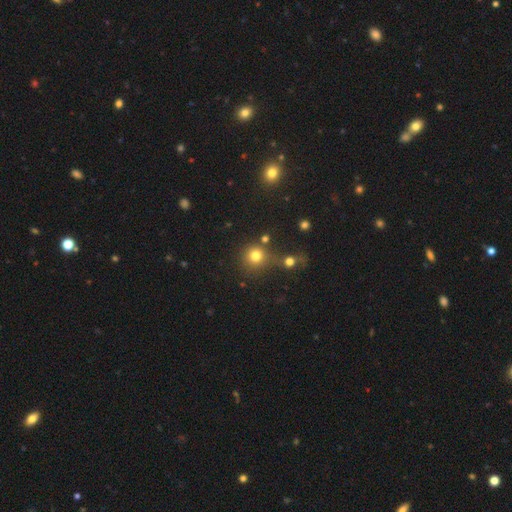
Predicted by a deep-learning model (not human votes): Q: Smooth or featured?
A: smooth (76%); runner-up: star or artifact (17%)
Q: How rounded?
A: round (91%); runner-up: in between (8%)
Q: Merging?
A: none (61%); runner-up: merger (22%)